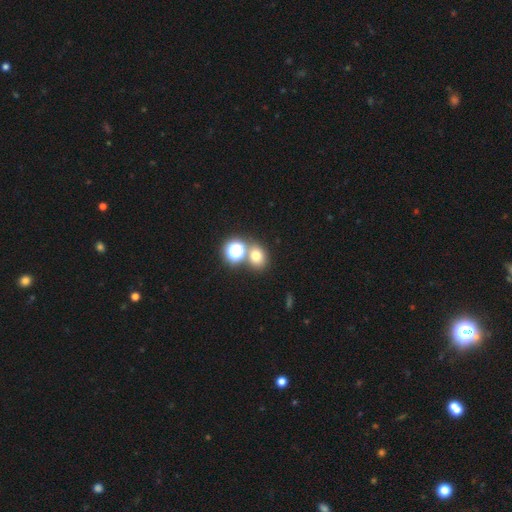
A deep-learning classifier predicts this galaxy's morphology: Overall: smooth (68%). How rounded: round (65%; in between 34%). Merging: none (63%; merger 24%).